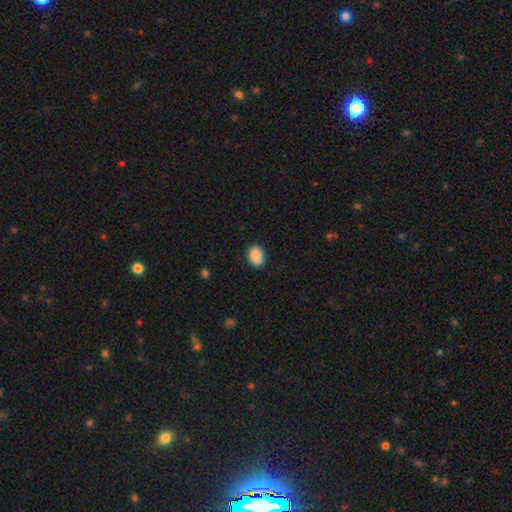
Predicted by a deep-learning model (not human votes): Smooth or featured?
  - smooth: 90% *
  - star or artifact: 7%
  - featured or disk: 3%
How rounded?
  - in between: 72% *
  - round: 27%
  - cigar-shaped: 1%
Merging?
  - none: 86% *
  - minor disturbance: 11%
  - major disturbance: 2%
  - merger: 1%